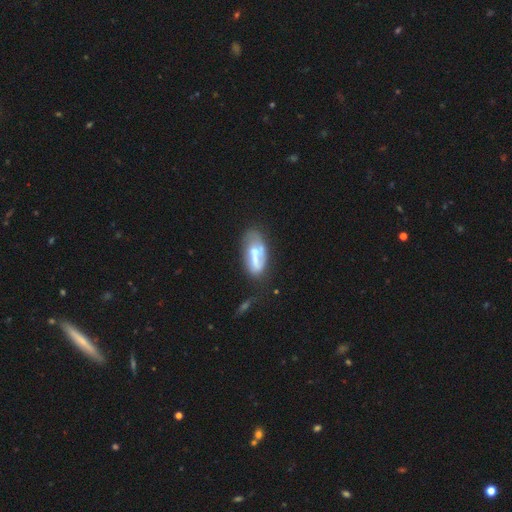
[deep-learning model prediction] smooth-or-featured: featured or disk: 50% | smooth: 42% | star or artifact: 7%
  disk-edge-on: no: 91% | yes: 9%
  merging: none: 41% | minor disturbance: 25% | major disturbance: 19% | merger: 14%